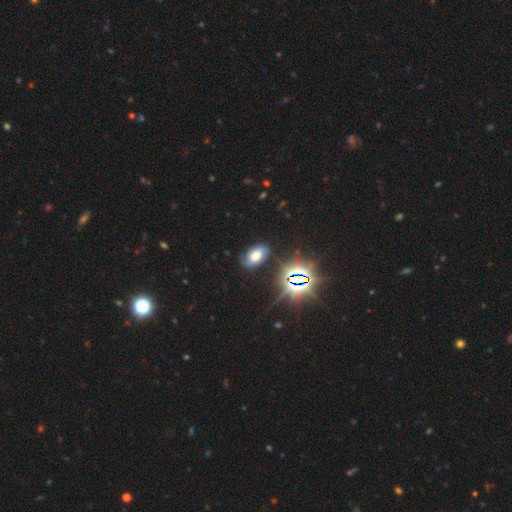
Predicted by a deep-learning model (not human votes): This is possibly a smooth galaxy (45%). Merging: likely none (73%).